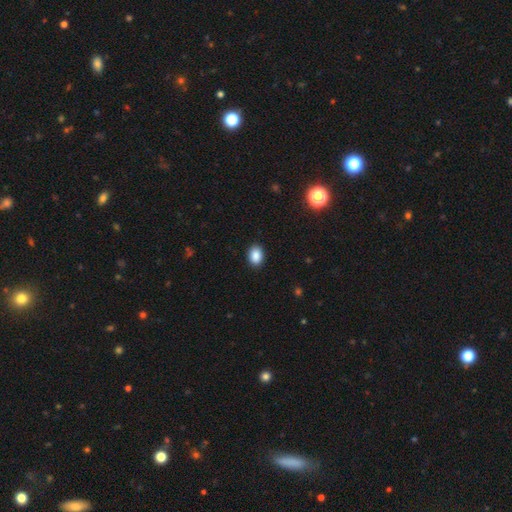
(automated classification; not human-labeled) Smooth or featured? smooth (89%)
How rounded? in between (74%)
Merging? none (90%)